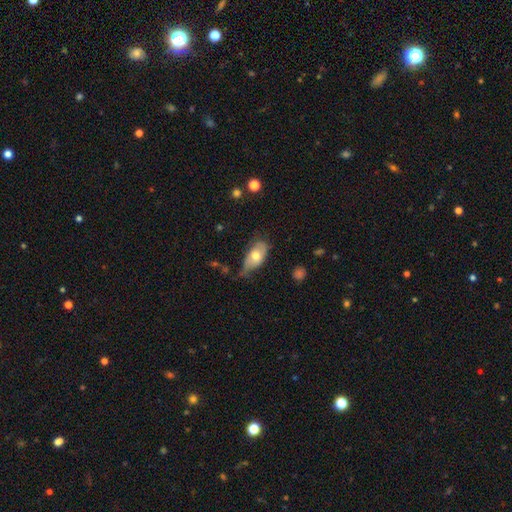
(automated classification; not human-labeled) This is likely a smooth galaxy (65%). How rounded: clearly in between (91%). Merging: marginally minor disturbance (42%).